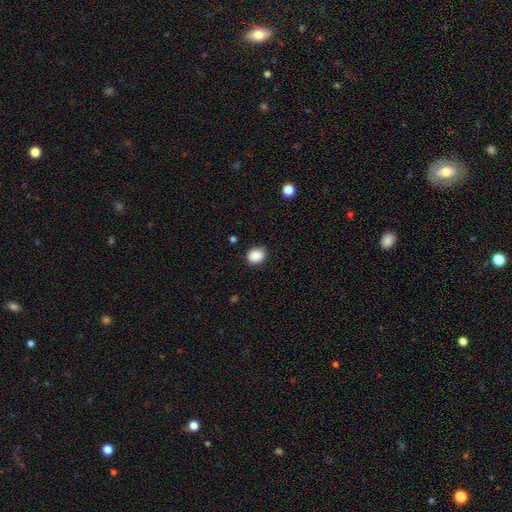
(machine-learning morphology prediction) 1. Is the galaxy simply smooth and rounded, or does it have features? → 89% smooth, 8% star or artifact, 3% featured or disk.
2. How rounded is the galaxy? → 58% round, 41% in between, 1% cigar-shaped.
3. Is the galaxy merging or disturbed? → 84% none, 12% minor disturbance, 3% major disturbance, 1% merger.